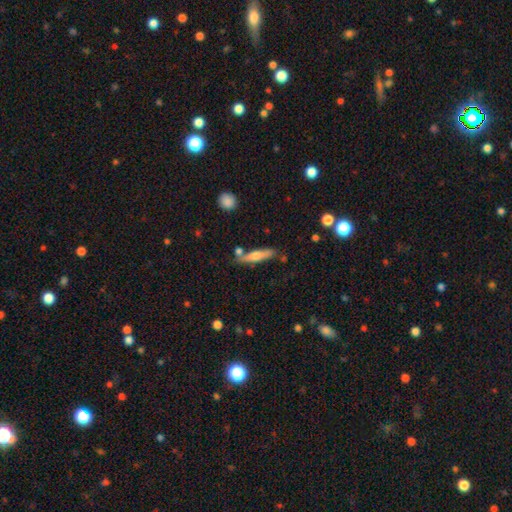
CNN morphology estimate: smooth_or_featured: smooth (p=0.55) [alt: featured or disk p=0.38]
how_rounded: cigar-shaped (p=0.81) [alt: in between p=0.17]
merging: none (p=0.75) [alt: minor disturbance p=0.14]